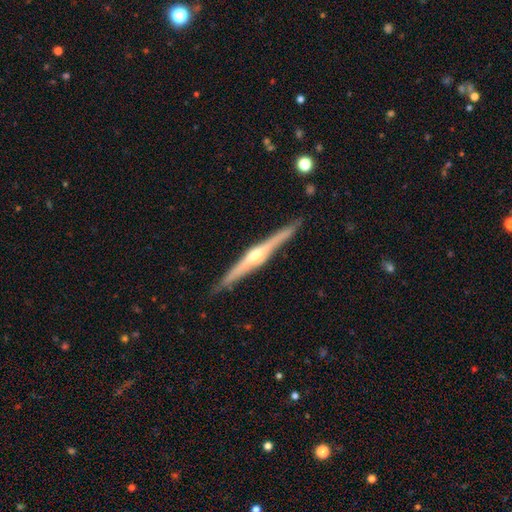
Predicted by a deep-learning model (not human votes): Smooth or featured: featured or disk — 82% (smooth — 13%)
Edge-on disk: yes — 98% (no — 2%)
Edge-on bulge: rounded — 87% (boxy — 7%)
Merging: none — 90% (minor disturbance — 8%)